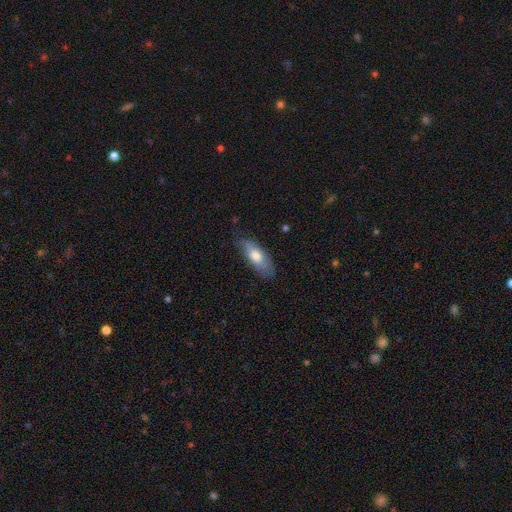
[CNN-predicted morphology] Overall: smooth (70%). How rounded: in between (71%). Merging: none (73%).